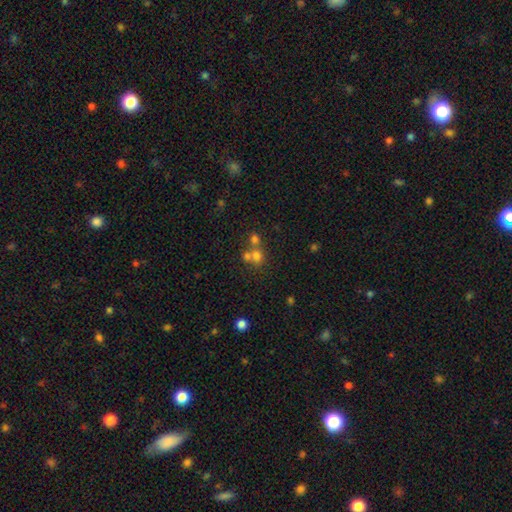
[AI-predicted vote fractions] smooth_or_featured: smooth (p=0.65) [alt: star or artifact p=0.19]
how_rounded: round (p=0.82) [alt: in between p=0.17]
merging: merger (p=0.48) [alt: none p=0.42]